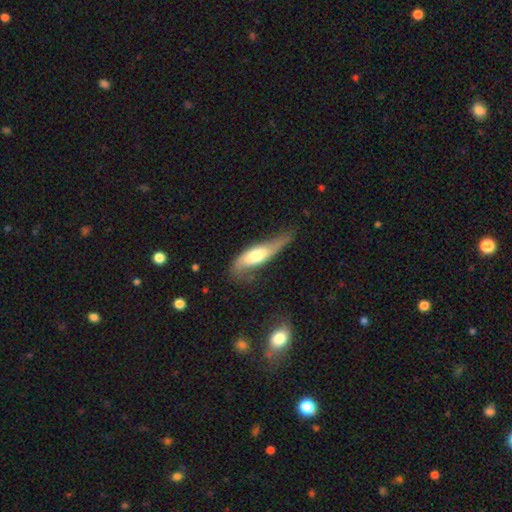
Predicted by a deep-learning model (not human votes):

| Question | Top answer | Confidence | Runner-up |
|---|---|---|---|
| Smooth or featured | featured or disk | 50% | smooth (45%) |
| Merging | none | 39% | minor disturbance (37%) |